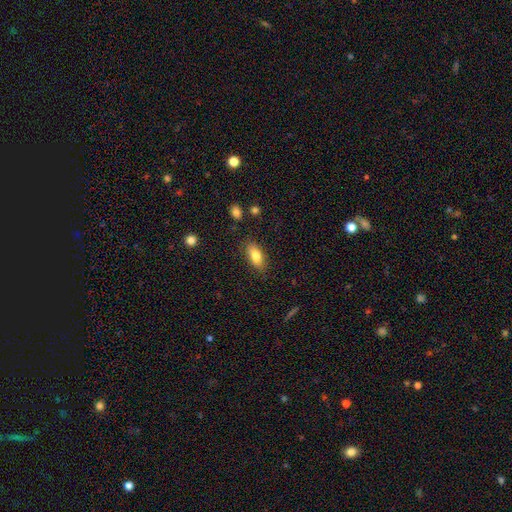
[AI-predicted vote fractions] Smooth or featured? smooth (80%)
How rounded? in between (83%)
Merging? none (83%)